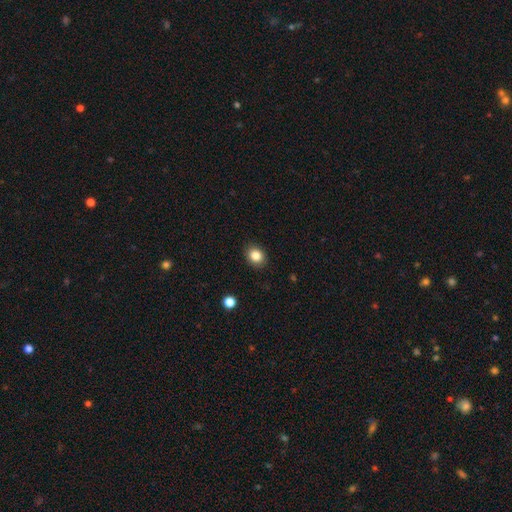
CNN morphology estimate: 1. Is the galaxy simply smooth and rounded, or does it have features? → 84% smooth, 10% star or artifact, 6% featured or disk.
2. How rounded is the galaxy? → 56% round, 43% in between, 1% cigar-shaped.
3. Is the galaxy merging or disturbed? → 88% none, 9% minor disturbance, 2% major disturbance, 1% merger.